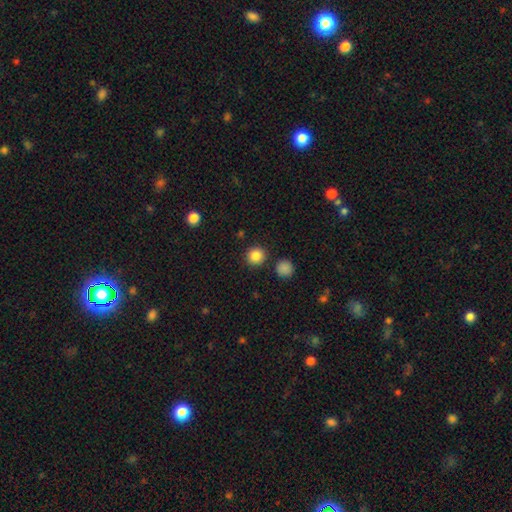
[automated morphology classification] smooth-or-featured: smooth: 85% | star or artifact: 11% | featured or disk: 4%
  how-rounded: round: 94% | in between: 5% | cigar-shaped: 1%
  merging: none: 89% | minor disturbance: 5% | merger: 4% | major disturbance: 2%